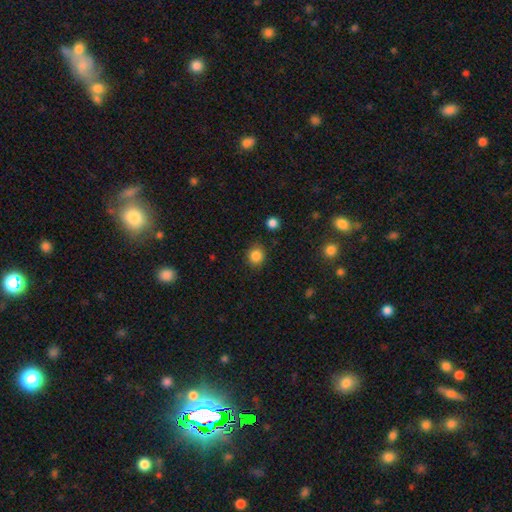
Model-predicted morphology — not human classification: Q: Smooth or featured?
A: smooth (85%); runner-up: star or artifact (11%)
Q: How rounded?
A: round (84%); runner-up: in between (15%)
Q: Merging?
A: none (88%); runner-up: minor disturbance (8%)